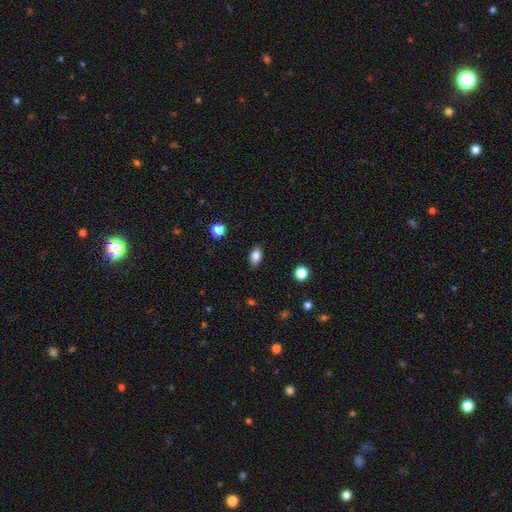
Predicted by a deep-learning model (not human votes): The model was most divided on "smooth or featured": smooth: 83%, star or artifact: 9%, featured or disk: 7%. More confident: how rounded — in between (87%); merging — none (86%).